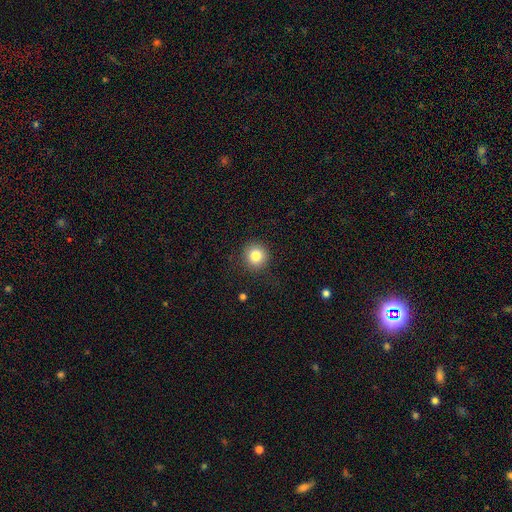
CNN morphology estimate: Smooth or featured? Predicted: smooth (p=0.83). How rounded? Predicted: round (p=0.93). Merging? Predicted: none (p=0.89).